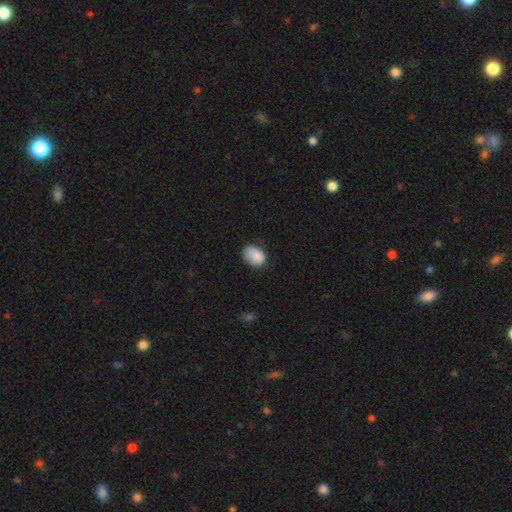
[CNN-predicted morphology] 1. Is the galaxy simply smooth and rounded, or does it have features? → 88% smooth, 8% star or artifact, 4% featured or disk.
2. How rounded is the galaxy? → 82% in between, 17% round, 1% cigar-shaped.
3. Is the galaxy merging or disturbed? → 71% none, 23% minor disturbance, 4% major disturbance, 1% merger.